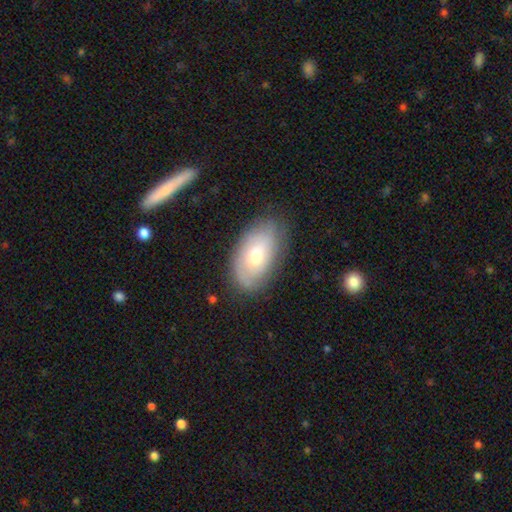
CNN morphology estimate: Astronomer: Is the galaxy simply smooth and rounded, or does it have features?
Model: featured or disk — 48% (runner-up: smooth, 46%).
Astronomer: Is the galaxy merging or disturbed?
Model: none — 76%.